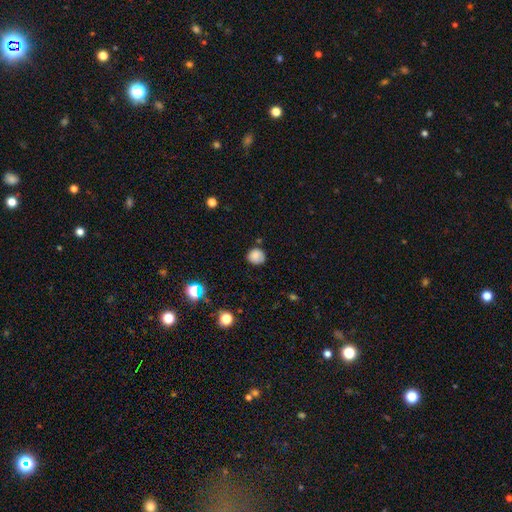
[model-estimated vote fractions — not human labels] This appears to be a smooth galaxy with no disk features (80%) that is round (87%). Merging: none (75%).